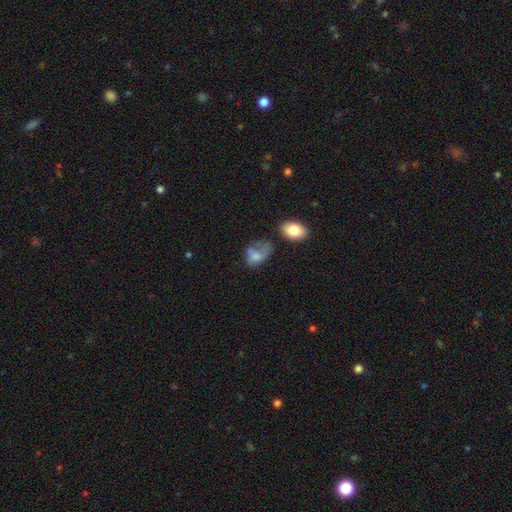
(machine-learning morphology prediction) type=smooth (65%); roundness=in between (76%); merging=major disturbance (33%).